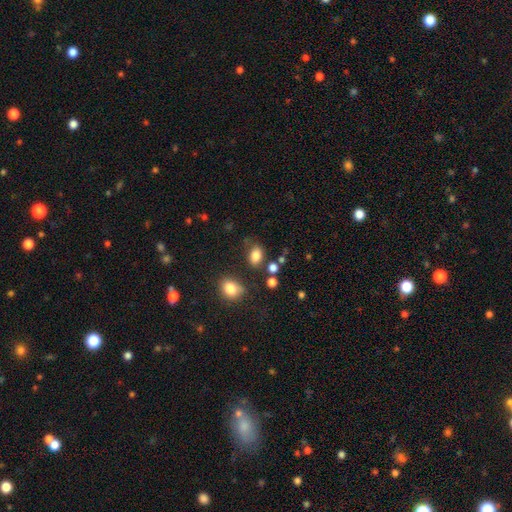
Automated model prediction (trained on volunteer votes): The model was most divided on "how rounded": in between: 74%, round: 25%, cigar-shaped: 1%. More confident: smooth or featured — smooth (83%); merging — none (69%).